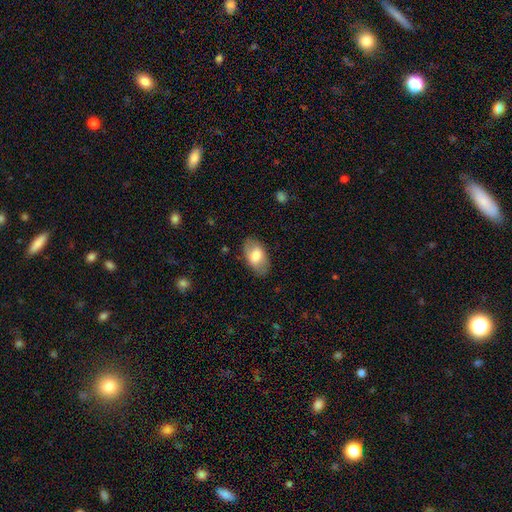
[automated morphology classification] Smooth or featured? smooth (70%)
How rounded? in between (94%)
Merging? none (83%)